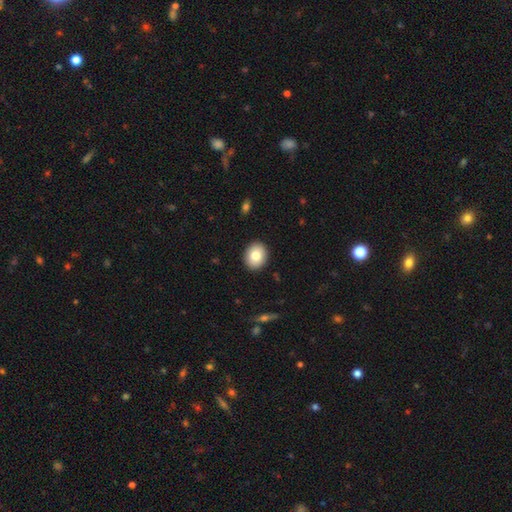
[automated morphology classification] Smooth or featured?
  - smooth: 81% *
  - featured or disk: 11%
  - star or artifact: 8%
How rounded?
  - round: 52% *
  - in between: 47%
  - cigar-shaped: 1%
Merging?
  - none: 91% *
  - minor disturbance: 7%
  - major disturbance: 2%
  - merger: 1%